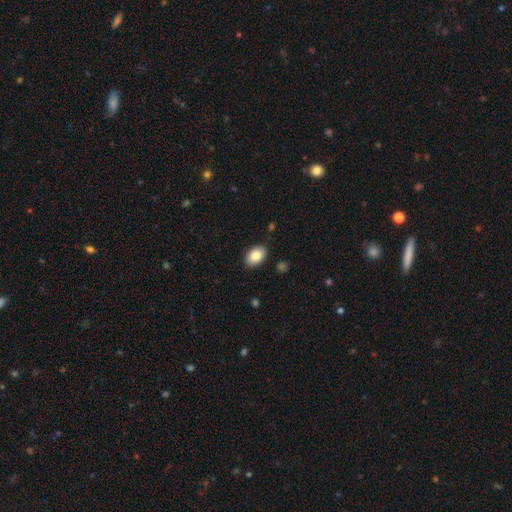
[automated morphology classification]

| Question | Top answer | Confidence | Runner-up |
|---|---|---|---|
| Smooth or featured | smooth | 86% | featured or disk (7%) |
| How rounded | in between | 88% | round (11%) |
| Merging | none | 88% | minor disturbance (9%) |